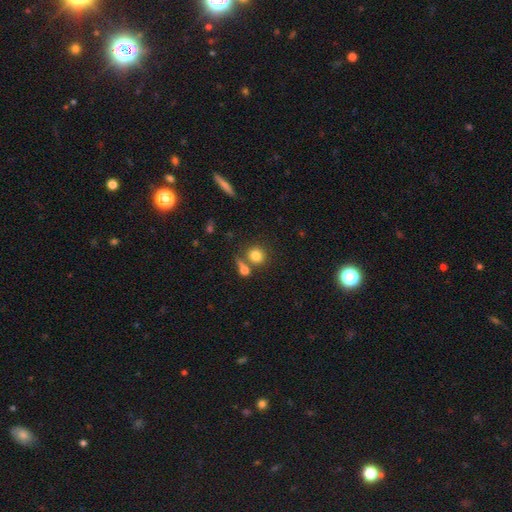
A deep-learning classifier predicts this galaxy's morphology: type=smooth (80%); roundness=round (82%); merging=none (59%).